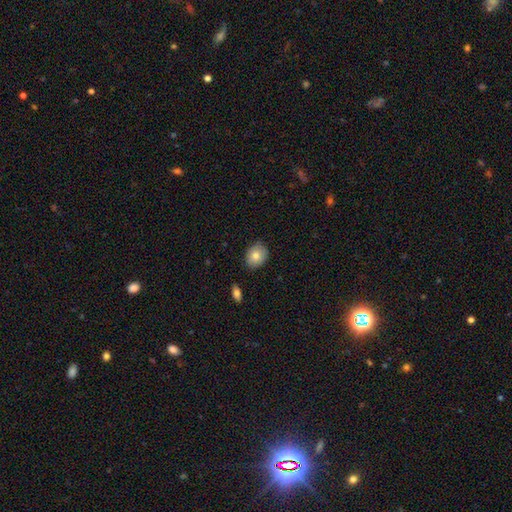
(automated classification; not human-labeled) This is clearly a smooth galaxy (81%). How rounded: possibly in between (56%). Merging: clearly none (82%).